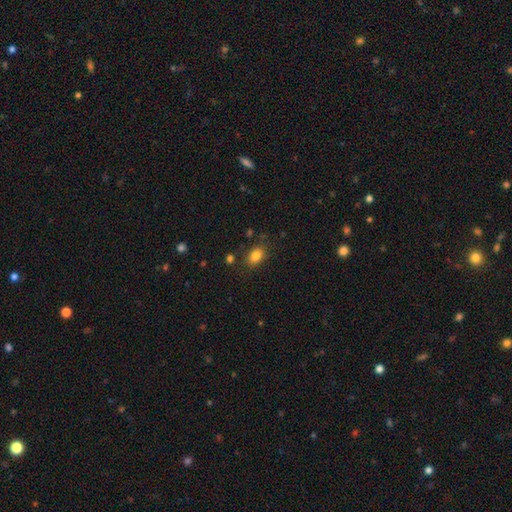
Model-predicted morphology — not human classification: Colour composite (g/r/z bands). It shows a smooth galaxy with no disk features (82%) that is in between round and cigar-shaped (76%). Merging: none (80%).